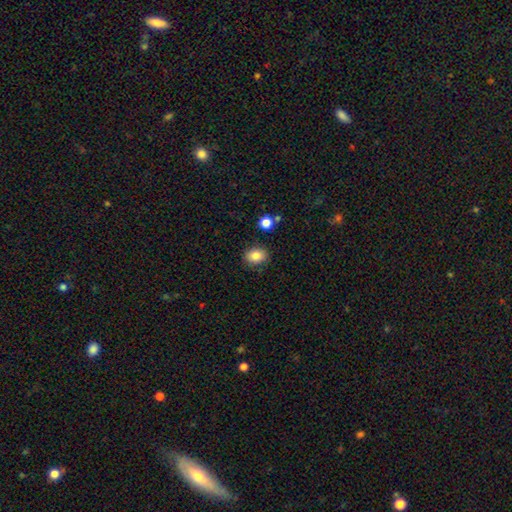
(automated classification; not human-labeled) This appears to be a smooth galaxy with no disk features (84%) that is in between round and cigar-shaped (53%). Merging: none (85%).